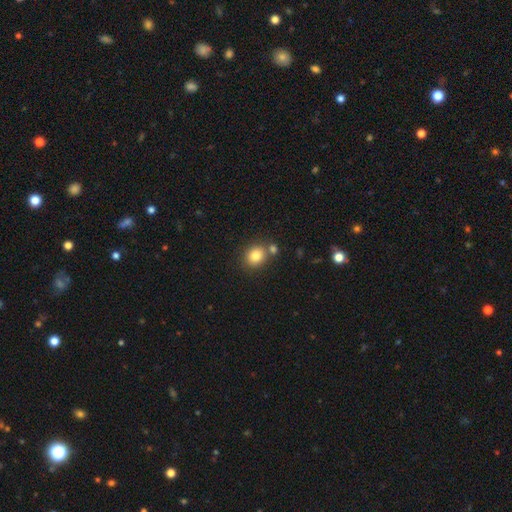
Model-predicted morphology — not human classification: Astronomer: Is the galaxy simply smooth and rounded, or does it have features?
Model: smooth — 82%.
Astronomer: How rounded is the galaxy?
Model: round — 72%.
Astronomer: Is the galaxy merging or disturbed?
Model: none — 68%.